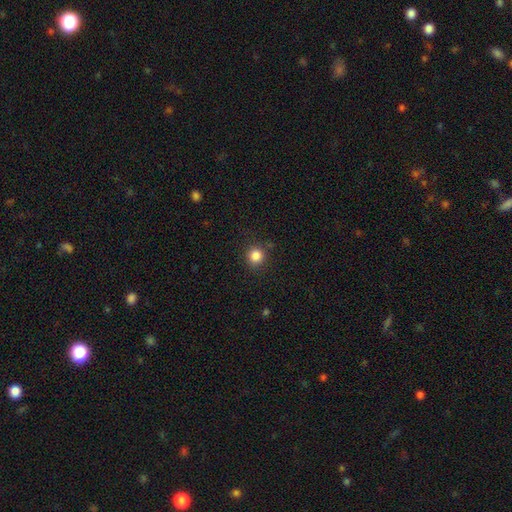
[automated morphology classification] A smooth galaxy with no disk features (84%) that is round (92%). Merging: none (88%).